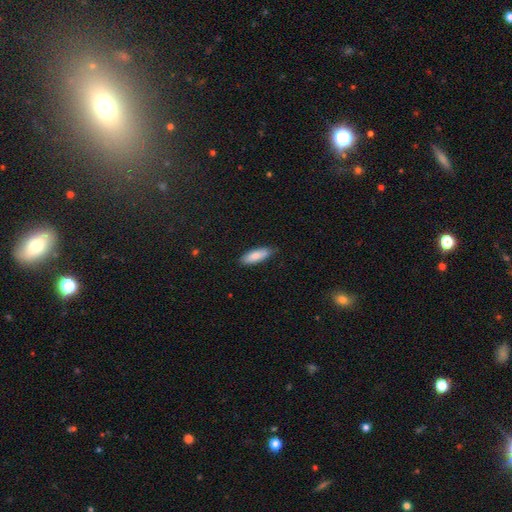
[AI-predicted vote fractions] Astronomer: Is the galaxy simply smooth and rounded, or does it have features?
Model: smooth — 85%.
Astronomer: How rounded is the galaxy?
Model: in between — 61% (runner-up: cigar-shaped, 38%).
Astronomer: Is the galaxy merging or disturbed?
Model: none — 82%.